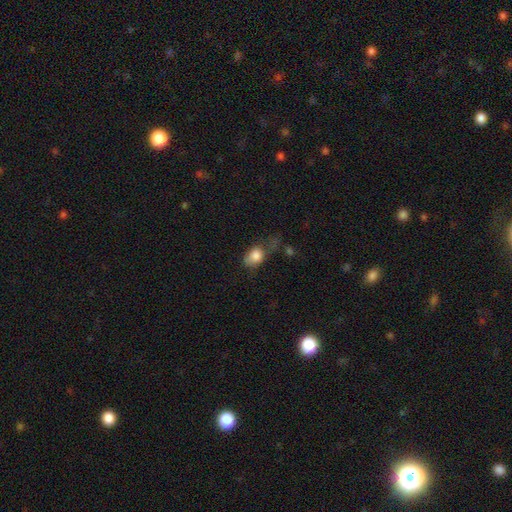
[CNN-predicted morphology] This appears to be a smooth galaxy with no disk features (80%) that is in between round and cigar-shaped (68%). Merging: major disturbance (32%).